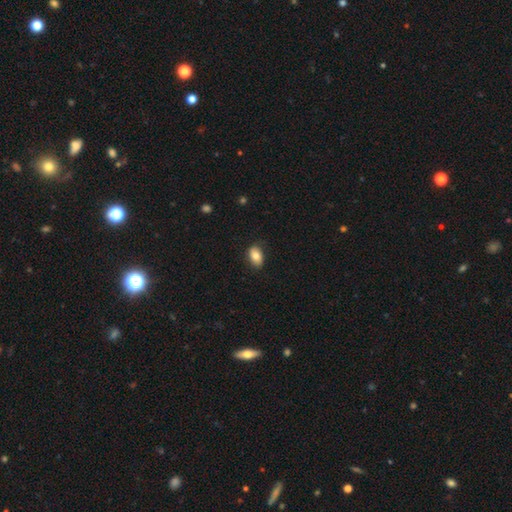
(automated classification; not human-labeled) The model was most divided on "smooth or featured": smooth: 81%, featured or disk: 12%, star or artifact: 8%. More confident: how rounded — in between (87%); merging — none (83%).